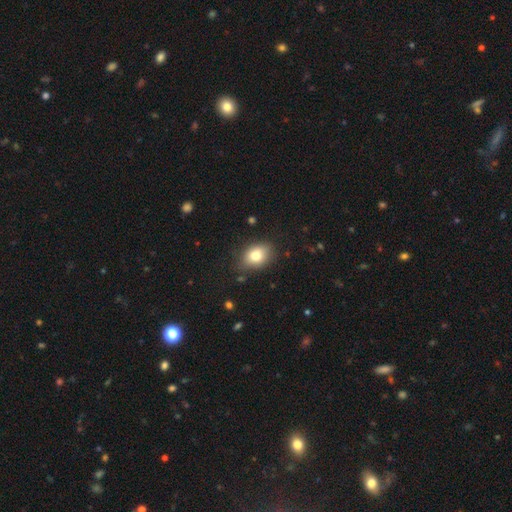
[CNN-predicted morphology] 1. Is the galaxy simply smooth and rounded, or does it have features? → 79% smooth, 12% featured or disk, 9% star or artifact.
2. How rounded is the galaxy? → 72% in between, 27% round, 1% cigar-shaped.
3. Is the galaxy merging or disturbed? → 80% none, 15% minor disturbance, 4% major disturbance, 2% merger.